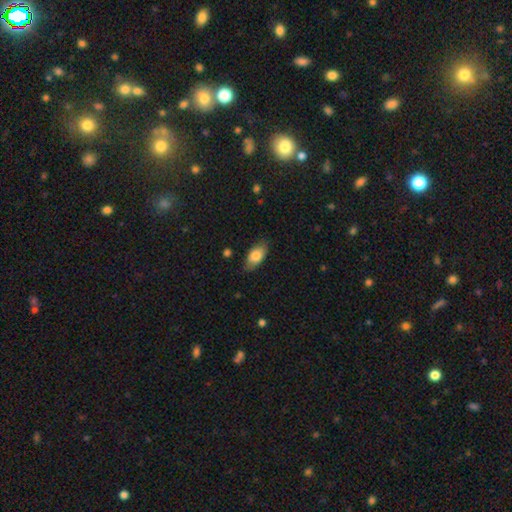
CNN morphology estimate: Smooth or featured? Predicted: smooth (p=0.78). How rounded? Predicted: in between (p=0.91). Merging? Predicted: none (p=0.77).